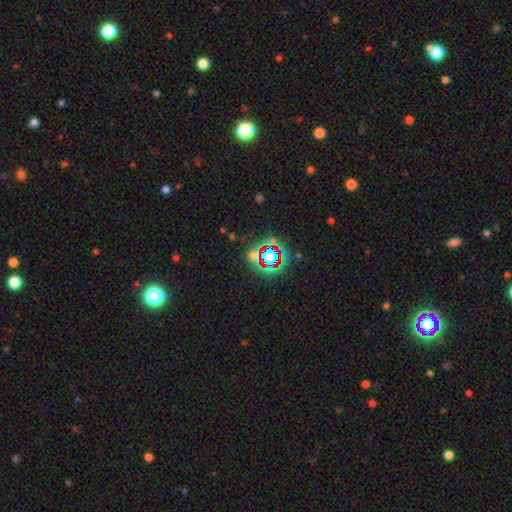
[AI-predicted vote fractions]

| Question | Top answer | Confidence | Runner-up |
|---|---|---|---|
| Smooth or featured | star or artifact | 76% | smooth (15%) |